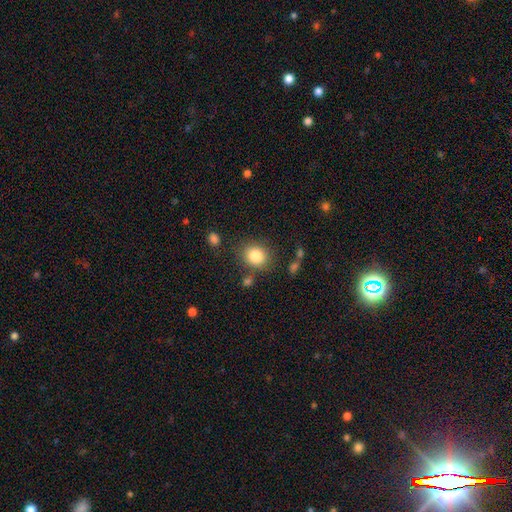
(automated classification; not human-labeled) Smooth or featured? smooth (83%)
How rounded? round (71%)
Merging? none (79%)